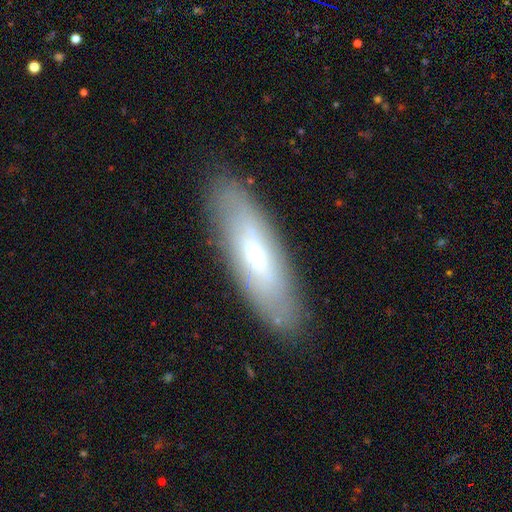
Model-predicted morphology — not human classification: smooth 50%, featured or disk 42%, star or artifact 8%. Down the decision tree: merging — none (84%).